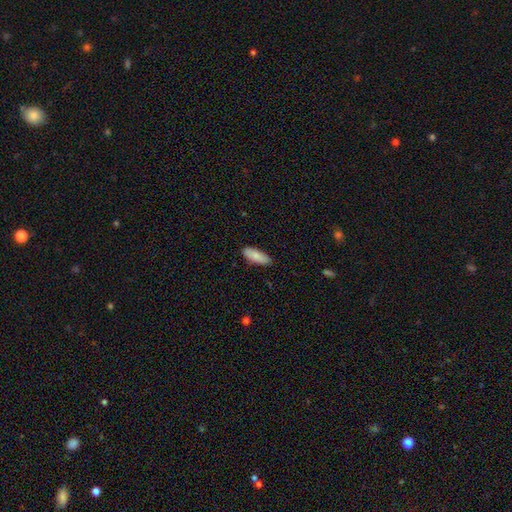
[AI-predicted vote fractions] A smooth galaxy with no disk features (86%) that is in between round and cigar-shaped (68%).

Vote fractions:
- Smooth or featured? smooth: 86% / featured or disk: 8% / star or artifact: 6%
- How rounded? in between: 68% / cigar-shaped: 30% / round: 2%
- Merging? none: 87% / minor disturbance: 10% / major disturbance: 2% / merger: 1%